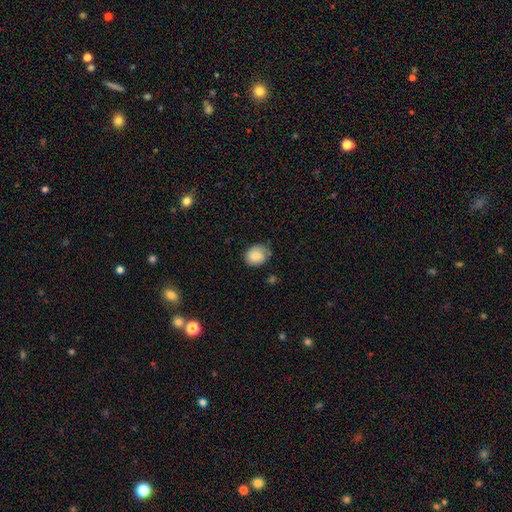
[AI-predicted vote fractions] A smooth galaxy with no disk features (82%) that is round (66%).

Vote fractions:
- Smooth or featured? smooth: 82% / featured or disk: 10% / star or artifact: 8%
- How rounded? round: 66% / in between: 34% / cigar-shaped: 1%
- Merging? none: 66% / minor disturbance: 26% / major disturbance: 6% / merger: 2%